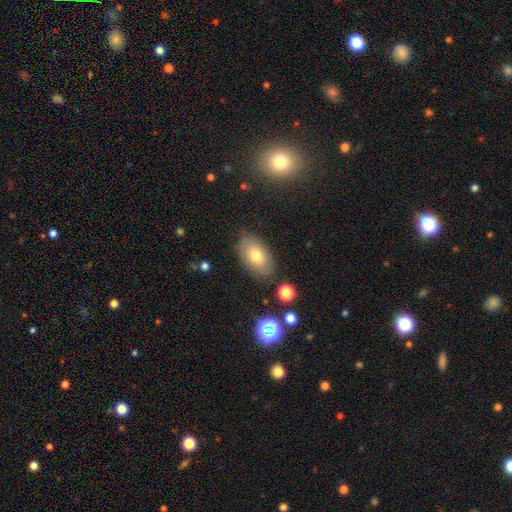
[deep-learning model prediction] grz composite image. It shows a smooth galaxy with no disk features (67%) that is in between round and cigar-shaped (91%). Merging: none (81%).